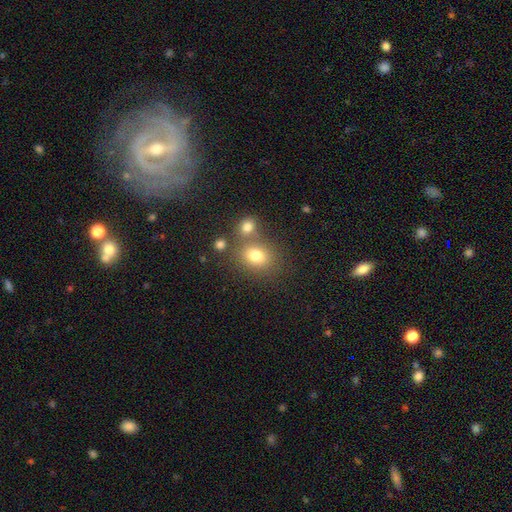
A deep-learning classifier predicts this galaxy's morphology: A smooth galaxy with no disk features (76%) that is round (52%).

Vote fractions:
- Smooth or featured? smooth: 76% / star or artifact: 13% / featured or disk: 10%
- How rounded? round: 52% / in between: 47% / cigar-shaped: 1%
- Merging? none: 57% / merger: 27% / minor disturbance: 11% / major disturbance: 5%